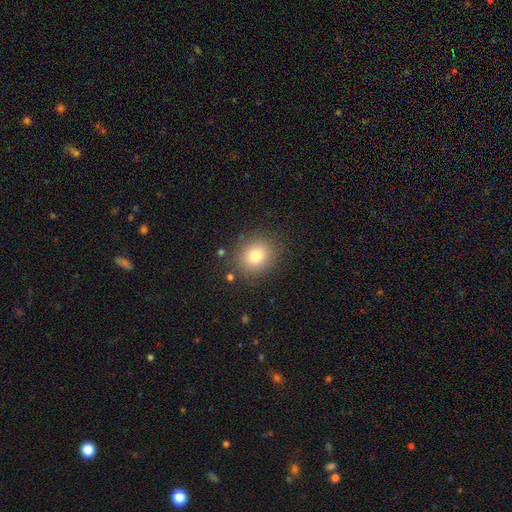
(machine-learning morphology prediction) Q: Smooth or featured?
A: smooth (78%); runner-up: star or artifact (12%)
Q: How rounded?
A: round (73%); runner-up: in between (26%)
Q: Merging?
A: none (85%); runner-up: minor disturbance (9%)